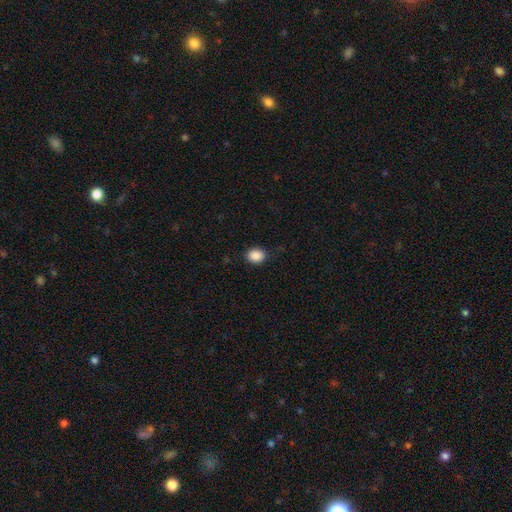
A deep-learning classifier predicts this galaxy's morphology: Smooth or featured: smooth — 89% (star or artifact — 9%)
How rounded: in between — 50% (round — 49%)
Merging: none — 87% (minor disturbance — 10%)